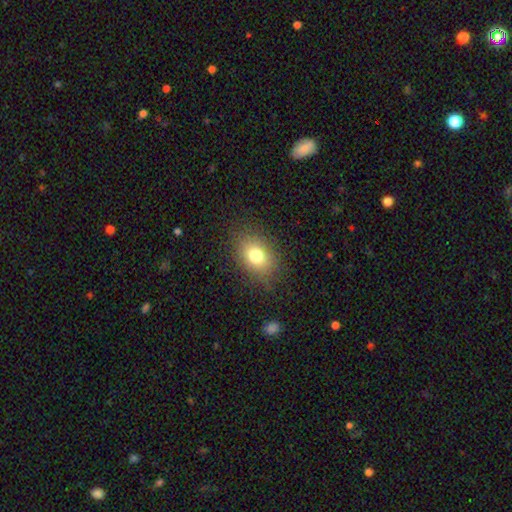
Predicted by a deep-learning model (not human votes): smooth_or_featured: smooth (p=0.76) [alt: star or artifact p=0.12]
how_rounded: in between (p=0.64) [alt: round p=0.35]
merging: none (p=0.82) [alt: minor disturbance p=0.12]